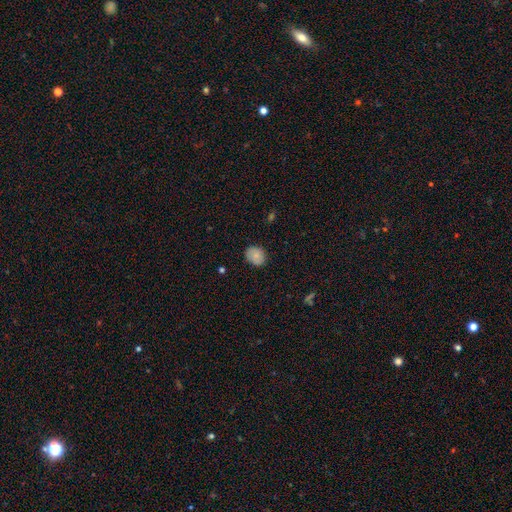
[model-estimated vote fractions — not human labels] Smooth or featured? smooth (81%)
How rounded? round (50%)
Merging? none (82%)